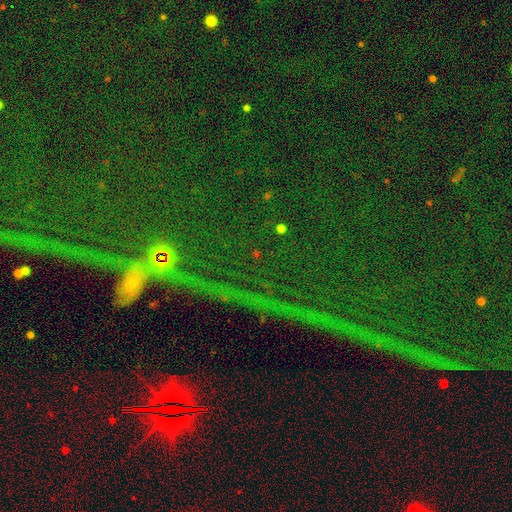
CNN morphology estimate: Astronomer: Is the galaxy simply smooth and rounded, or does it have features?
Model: star or artifact — 81%.